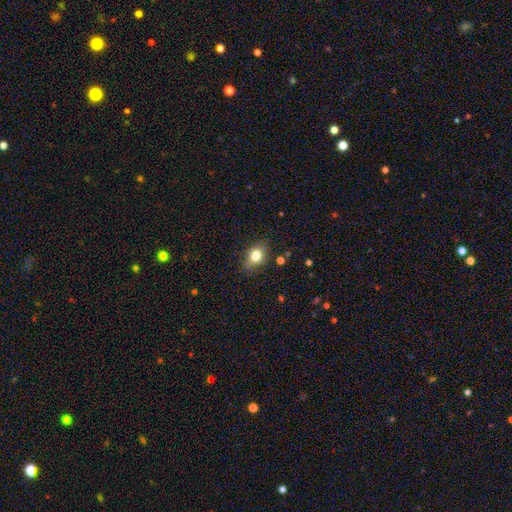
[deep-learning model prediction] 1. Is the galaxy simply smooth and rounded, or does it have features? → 79% smooth, 11% featured or disk, 10% star or artifact.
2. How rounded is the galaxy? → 66% in between, 32% round, 2% cigar-shaped.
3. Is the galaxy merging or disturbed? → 78% none, 17% minor disturbance, 4% major disturbance, 2% merger.